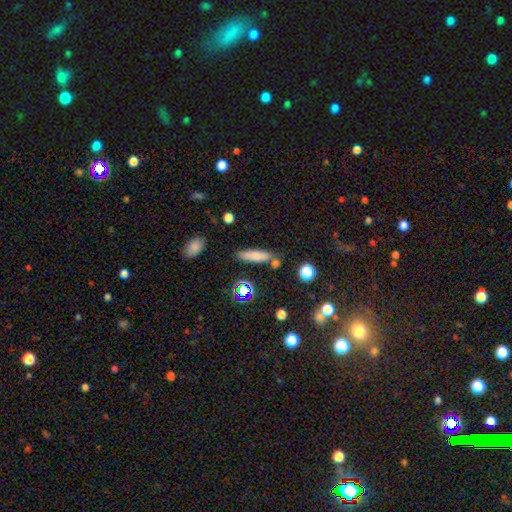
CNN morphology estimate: Overall: smooth (77%). How rounded: cigar-shaped (61%; in between 35%). Merging: none (74%).